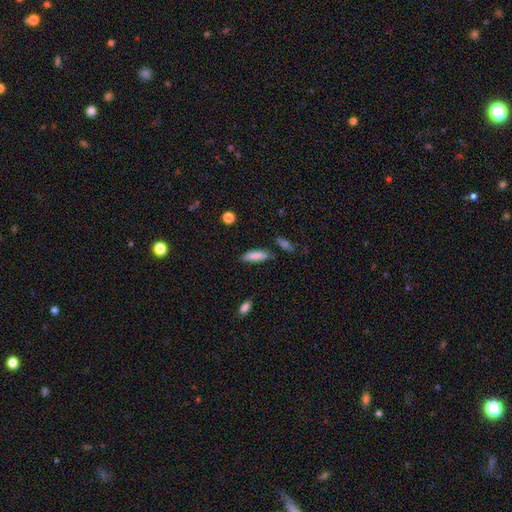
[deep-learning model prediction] A smooth galaxy with no disk features (84%) that is cigar-shaped (58%). Merging: none (74%).